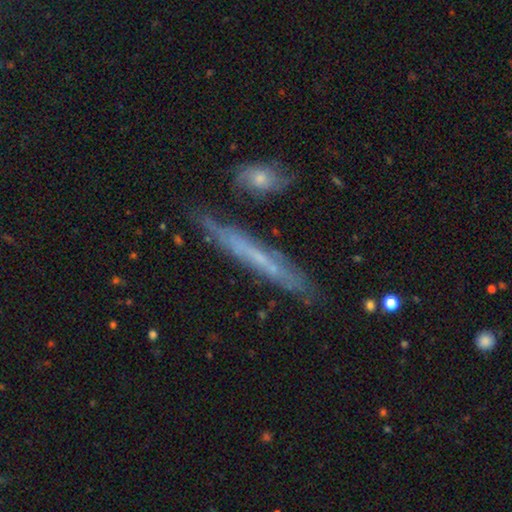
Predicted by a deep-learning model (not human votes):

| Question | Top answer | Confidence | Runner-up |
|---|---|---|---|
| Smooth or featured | featured or disk | 56% | smooth (35%) |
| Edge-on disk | yes | 82% | no (18%) |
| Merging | none | 78% | minor disturbance (14%) |